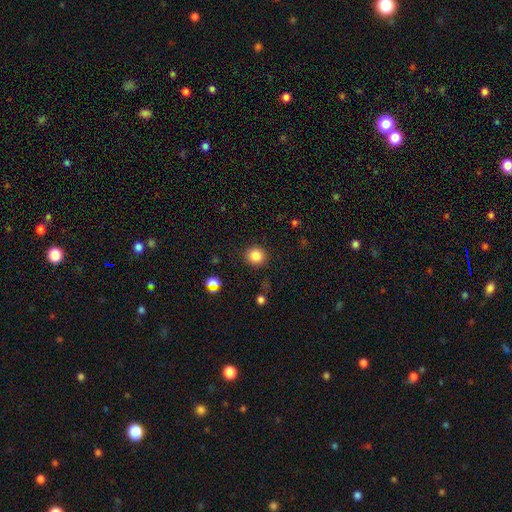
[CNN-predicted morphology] type=smooth (84%); roundness=round (90%); merging=none (89%).